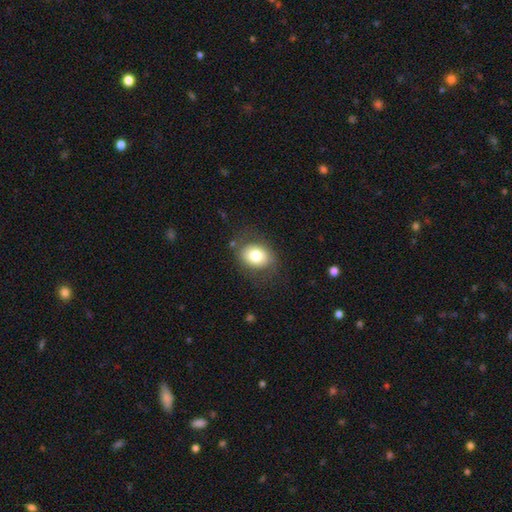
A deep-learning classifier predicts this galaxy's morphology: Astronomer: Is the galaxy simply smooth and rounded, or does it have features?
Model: smooth — 74%.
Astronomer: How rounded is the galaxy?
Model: in between — 58% (runner-up: round, 41%).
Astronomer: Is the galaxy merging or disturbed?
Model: none — 76%.